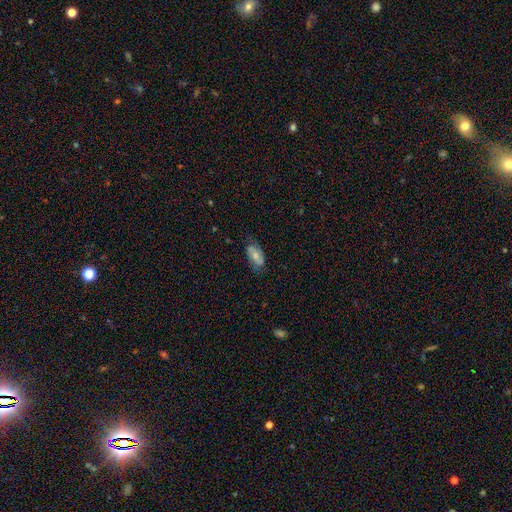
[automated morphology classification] Smooth or featured?
  - smooth: 54% *
  - featured or disk: 39%
  - star or artifact: 7%
How rounded?
  - in between: 90% *
  - cigar-shaped: 7%
  - round: 4%
Merging?
  - none: 70% *
  - minor disturbance: 22%
  - major disturbance: 6%
  - merger: 1%